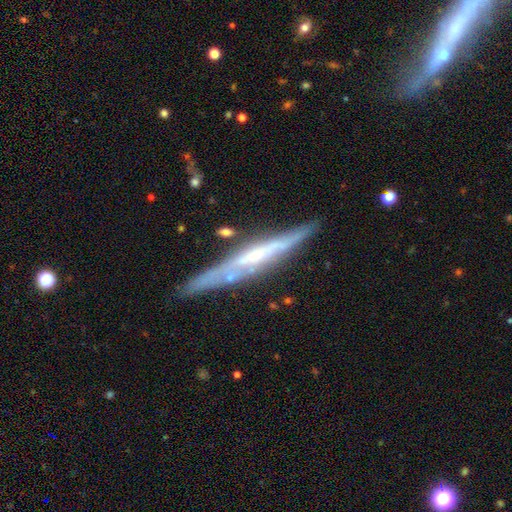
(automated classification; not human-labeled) Q: Smooth or featured?
A: featured or disk (70%); runner-up: smooth (24%)
Q: Edge-on disk?
A: yes (92%); runner-up: no (8%)
Q: Edge-on bulge?
A: none (59%); runner-up: rounded (25%)
Q: Merging?
A: none (77%); runner-up: minor disturbance (16%)